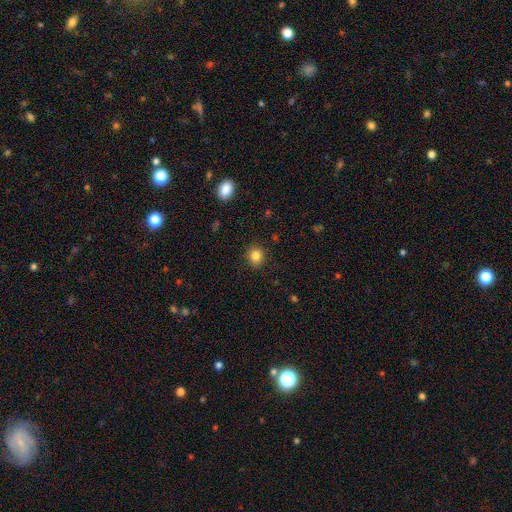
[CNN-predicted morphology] This is clearly a smooth galaxy (84%). How rounded: clearly round (80%). Merging: clearly none (88%).